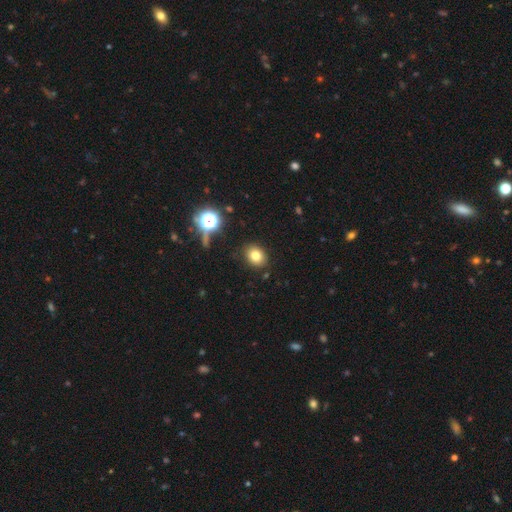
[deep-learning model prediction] Smooth or featured? smooth (78%)
How rounded? in between (50%)
Merging? none (87%)